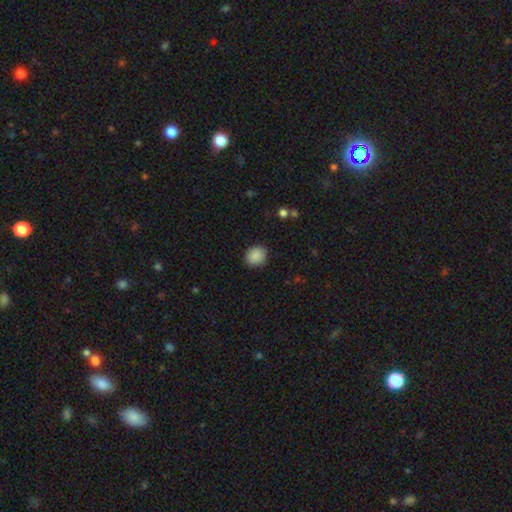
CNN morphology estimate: A smooth galaxy with no disk features (89%) that is round (72%). Merging: none (88%).